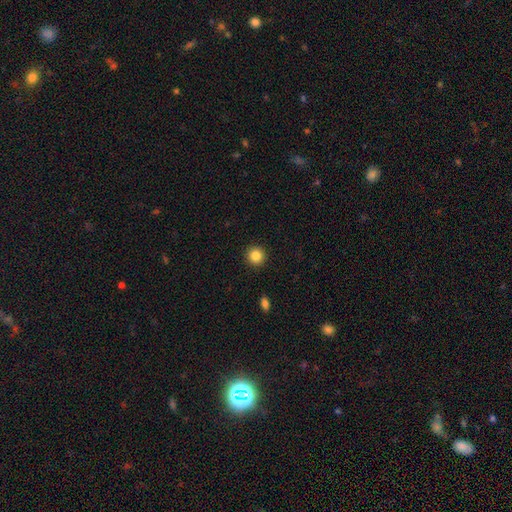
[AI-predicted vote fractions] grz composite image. It shows a smooth galaxy with no disk features (85%) that is round (95%). Merging: none (93%).